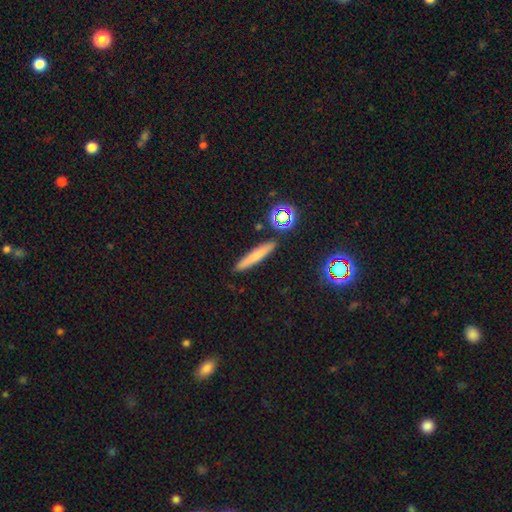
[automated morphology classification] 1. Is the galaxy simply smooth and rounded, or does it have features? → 68% smooth, 20% featured or disk, 12% star or artifact.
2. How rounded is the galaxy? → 92% cigar-shaped, 6% in between, 3% round.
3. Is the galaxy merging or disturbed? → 89% none, 7% minor disturbance, 2% merger, 2% major disturbance.